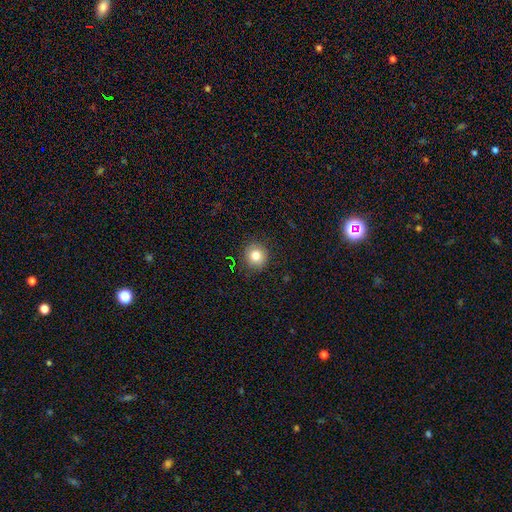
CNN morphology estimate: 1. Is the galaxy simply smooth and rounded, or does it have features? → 81% smooth, 11% star or artifact, 8% featured or disk.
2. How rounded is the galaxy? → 91% round, 8% in between, 1% cigar-shaped.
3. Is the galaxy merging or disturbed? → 89% none, 8% minor disturbance, 2% major disturbance, 1% merger.